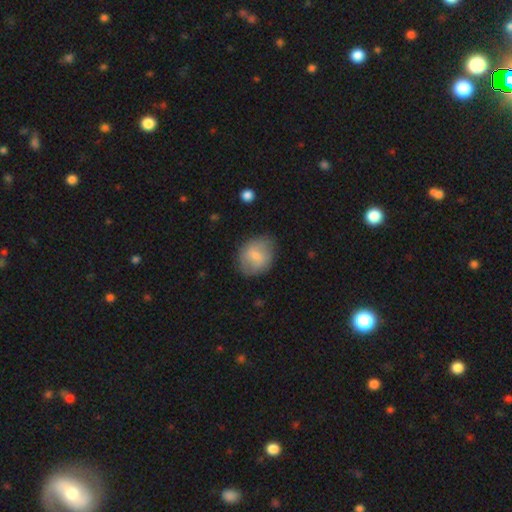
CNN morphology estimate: The model was most divided on "how rounded": round: 64%, in between: 35%, cigar-shaped: 1%. More confident: merging — none (73%); smooth or featured — smooth (64%).